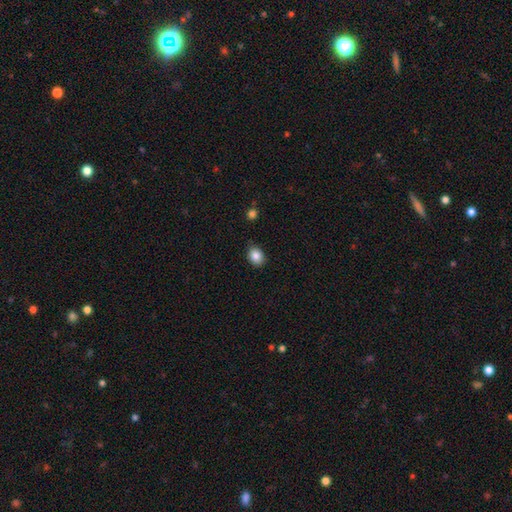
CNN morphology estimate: Smooth or featured?
  - smooth: 86% *
  - star or artifact: 9%
  - featured or disk: 5%
How rounded?
  - in between: 60% *
  - round: 39%
  - cigar-shaped: 1%
Merging?
  - none: 82% *
  - minor disturbance: 14%
  - major disturbance: 2%
  - merger: 2%